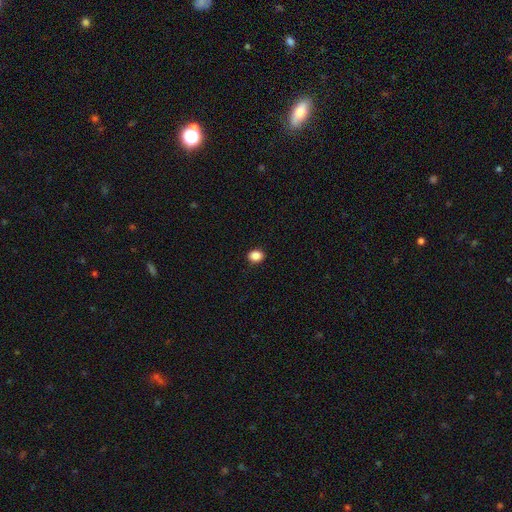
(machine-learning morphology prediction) Q: Smooth or featured?
A: smooth (88%); runner-up: star or artifact (10%)
Q: How rounded?
A: round (55%); runner-up: in between (44%)
Q: Merging?
A: none (91%); runner-up: minor disturbance (6%)